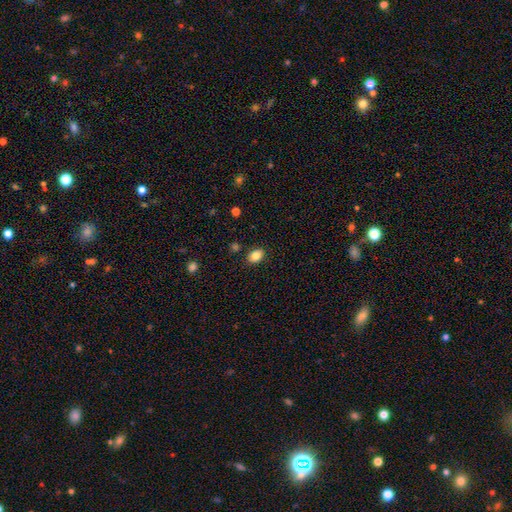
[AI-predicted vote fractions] This appears to be a smooth galaxy with no disk features (84%) that is in between round and cigar-shaped (72%). Merging: none (86%).